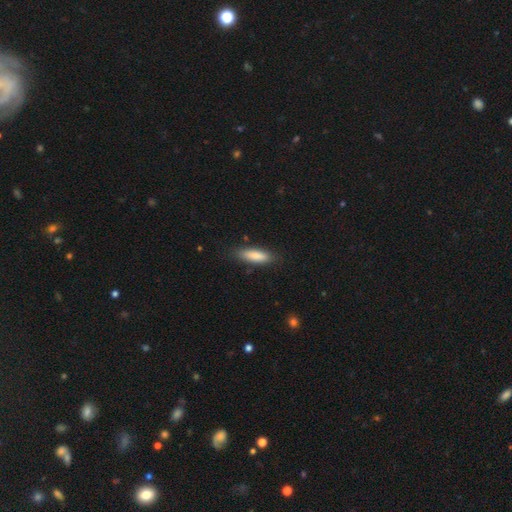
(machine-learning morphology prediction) This is clearly a smooth galaxy (84%). How rounded: possibly cigar-shaped (52%). Merging: clearly none (83%).